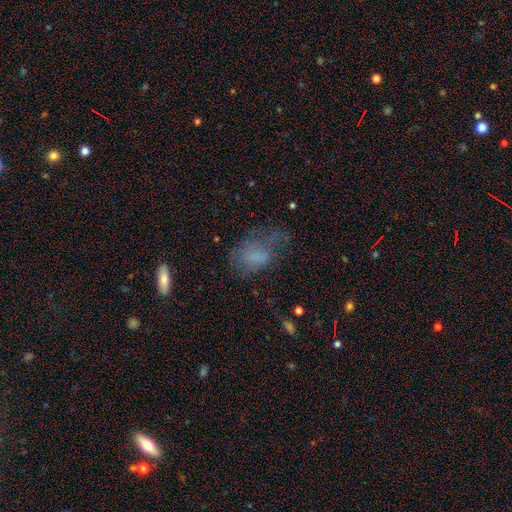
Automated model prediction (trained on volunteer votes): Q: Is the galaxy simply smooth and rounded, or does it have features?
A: smooth — 61%.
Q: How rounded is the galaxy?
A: in between — 80%.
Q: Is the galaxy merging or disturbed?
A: major disturbance — 36%.